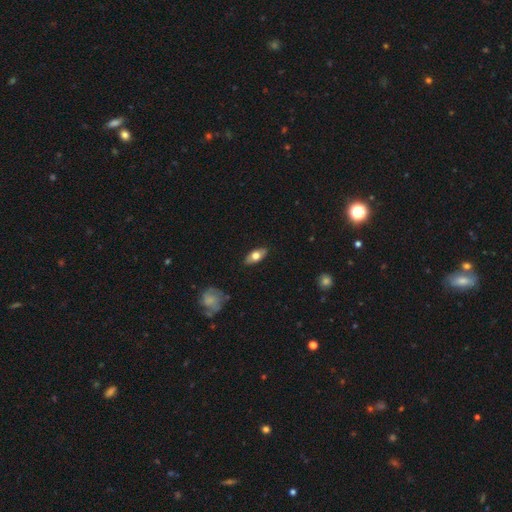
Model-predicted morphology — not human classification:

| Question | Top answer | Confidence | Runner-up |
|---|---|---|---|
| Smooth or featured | smooth | 65% | featured or disk (28%) |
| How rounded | in between | 83% | cigar-shaped (13%) |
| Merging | none | 86% | minor disturbance (10%) |